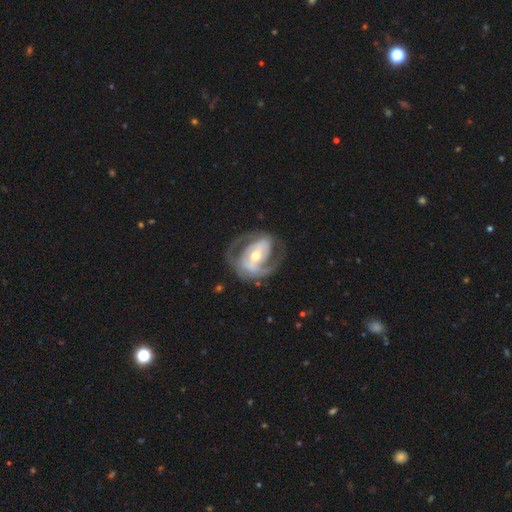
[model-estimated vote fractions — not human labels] Smooth or featured?
  - featured or disk: 84% *
  - smooth: 12%
  - star or artifact: 4%
Edge-on disk?
  - no: 96% *
  - yes: 4%
Bar?
  - strong: 42% *
  - weak: 32%
  - no: 25%
Spiral arms?
  - yes: 84% *
  - no: 16%
Spiral winding?
  - medium: 45% *
  - tight: 36%
  - loose: 18%
Spiral arm count?
  - 2: 78% *
  - can't tell: 11%
  - 1: 5%
  - 3: 4%
  - 4: 1%
  - more than 4: 1%
Bulge size?
  - moderate: 59% *
  - small: 35%
  - large: 5%
  - none: 1%
  - dominant: 1%
Merging?
  - none: 66% *
  - minor disturbance: 17%
  - major disturbance: 16%
  - merger: 2%